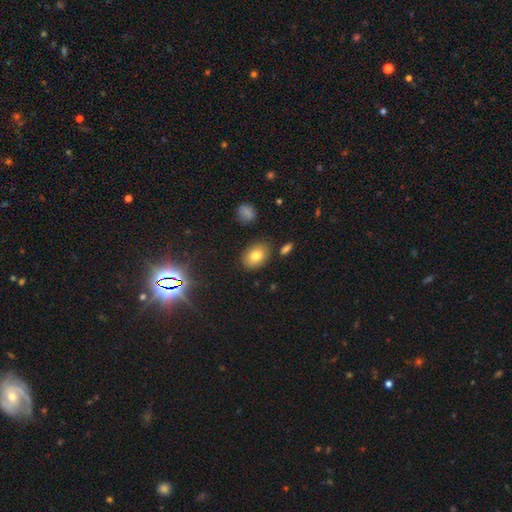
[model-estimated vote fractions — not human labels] Smooth or featured? Predicted: smooth (p=0.79). How rounded? Predicted: in between (p=0.74). Merging? Predicted: none (p=0.83).